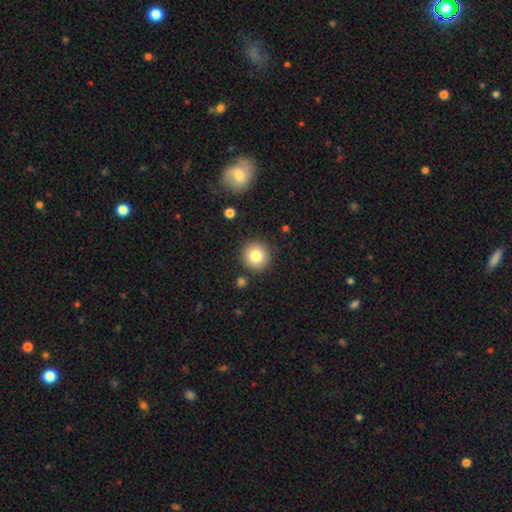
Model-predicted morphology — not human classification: This is clearly a smooth galaxy (81%). How rounded: clearly round (94%). Merging: clearly none (88%).